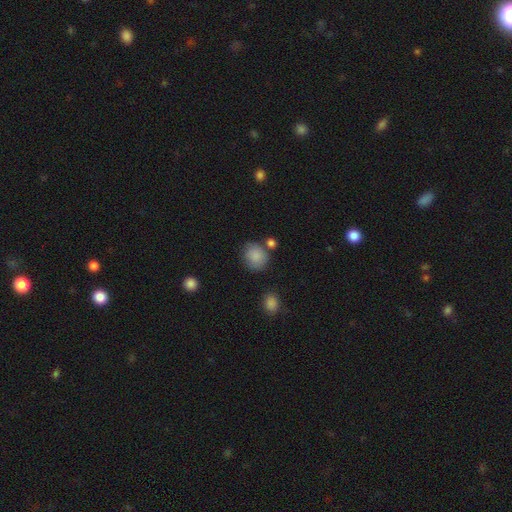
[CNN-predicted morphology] Smooth or featured: smooth — 86% (star or artifact — 8%)
How rounded: round — 76% (in between — 23%)
Merging: none — 68% (minor disturbance — 17%)